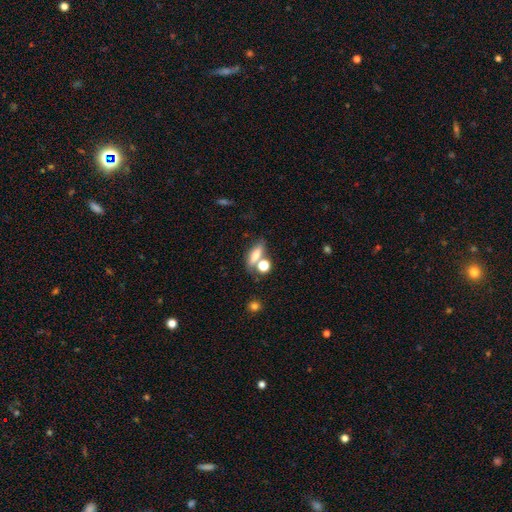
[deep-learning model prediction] Smooth or featured? Predicted: smooth (p=0.69). How rounded? Predicted: in between (p=0.55). Merging? Predicted: none (p=0.49).